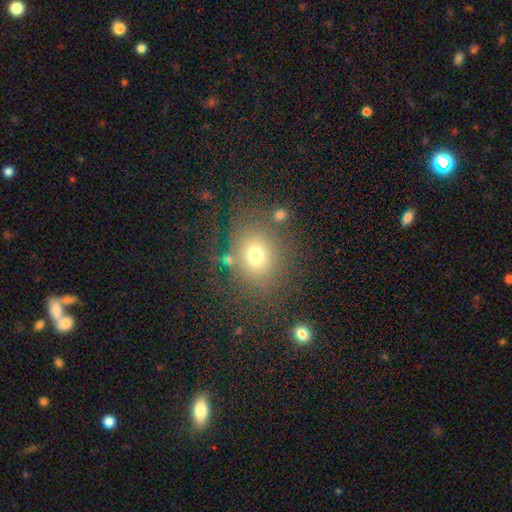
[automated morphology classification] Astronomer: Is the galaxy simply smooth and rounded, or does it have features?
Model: smooth — 68%.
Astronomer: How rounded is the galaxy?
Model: round — 64%.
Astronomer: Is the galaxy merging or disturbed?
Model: none — 73%.